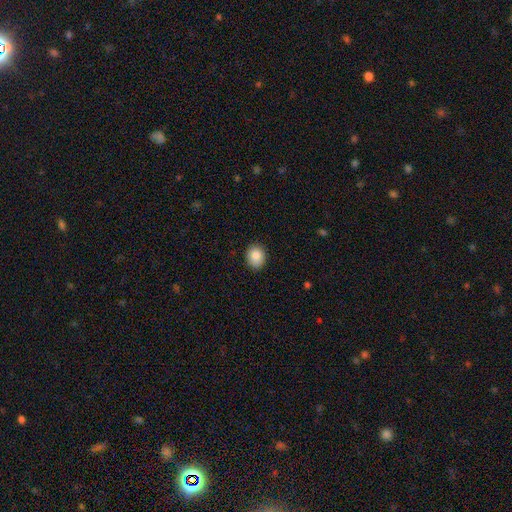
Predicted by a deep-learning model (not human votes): smooth_or_featured: smooth (p=0.85) [alt: star or artifact p=0.08]
how_rounded: round (p=0.60) [alt: in between p=0.39]
merging: none (p=0.89) [alt: minor disturbance p=0.09]